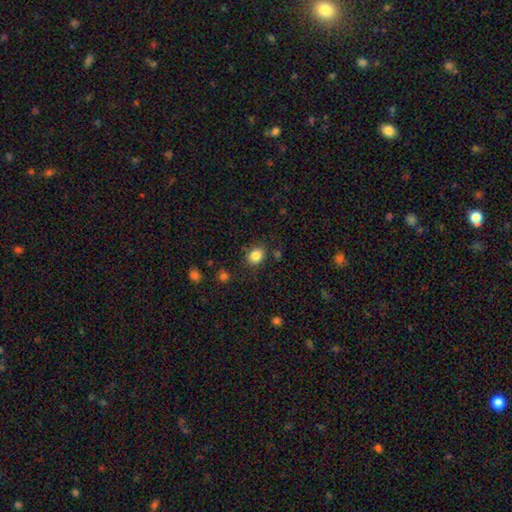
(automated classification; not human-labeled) Q: Smooth or featured?
A: smooth (84%); runner-up: star or artifact (10%)
Q: How rounded?
A: round (57%); runner-up: in between (42%)
Q: Merging?
A: none (83%); runner-up: minor disturbance (11%)